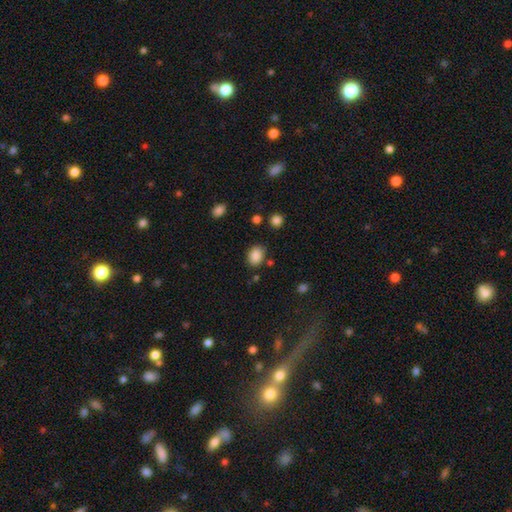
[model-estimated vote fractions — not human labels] Smooth or featured? smooth (87%)
How rounded? in between (70%)
Merging? none (77%)